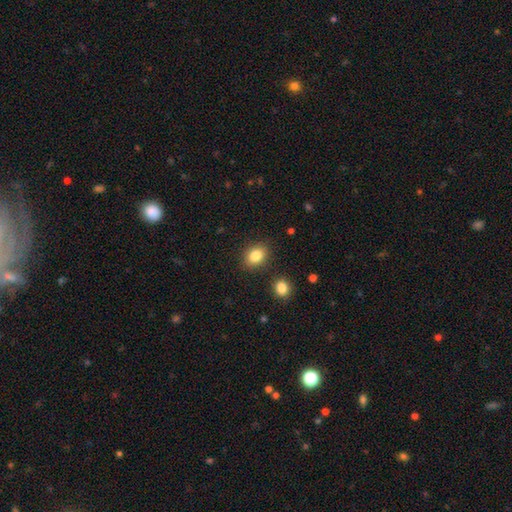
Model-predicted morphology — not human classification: Smooth or featured? smooth (84%)
How rounded? in between (64%)
Merging? none (85%)